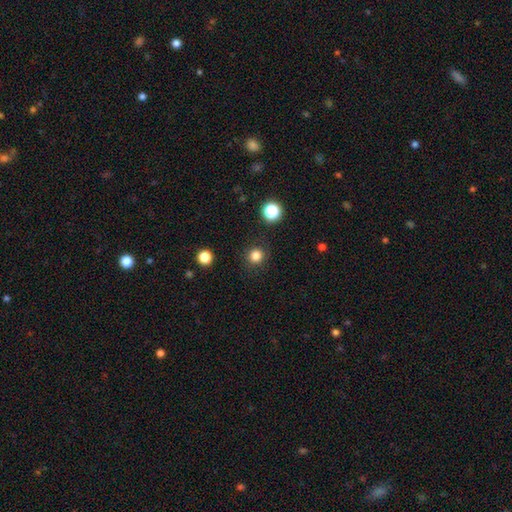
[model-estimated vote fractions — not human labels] A smooth galaxy with no disk features (83%) that is round (94%). Merging: none (90%).